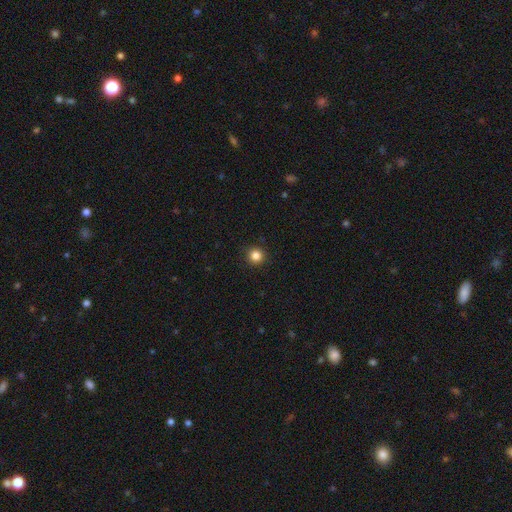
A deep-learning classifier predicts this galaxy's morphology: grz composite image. It shows a smooth galaxy with no disk features (84%) that is round (94%). Merging: none (92%).